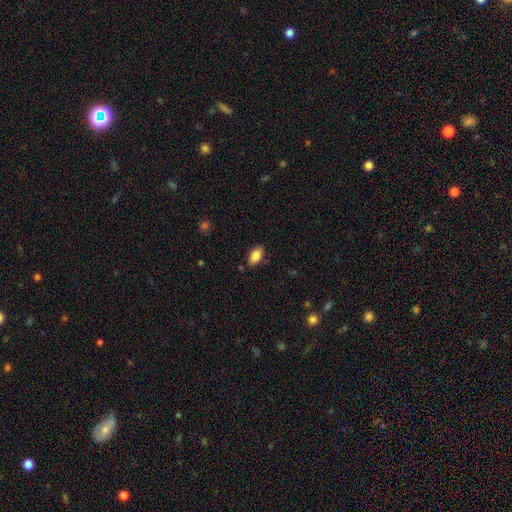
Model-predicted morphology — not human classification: Smooth or featured? Predicted: smooth (p=0.84). How rounded? Predicted: in between (p=0.92). Merging? Predicted: none (p=0.84).